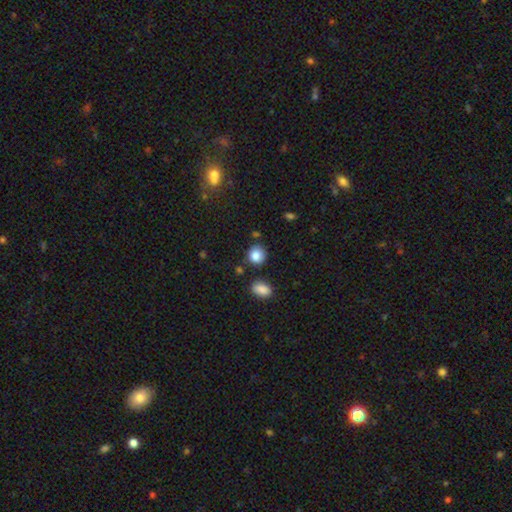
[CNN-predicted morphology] Overall: smooth (86%). How rounded: round (80%). Merging: none (80%).